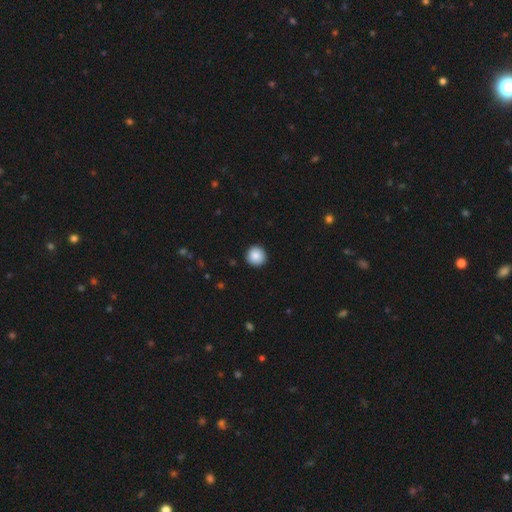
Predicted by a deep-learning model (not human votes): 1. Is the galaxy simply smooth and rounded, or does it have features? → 88% smooth, 8% star or artifact, 4% featured or disk.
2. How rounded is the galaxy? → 95% round, 4% in between, 1% cigar-shaped.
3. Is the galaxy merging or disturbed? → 93% none, 5% minor disturbance, 1% major disturbance, 1% merger.